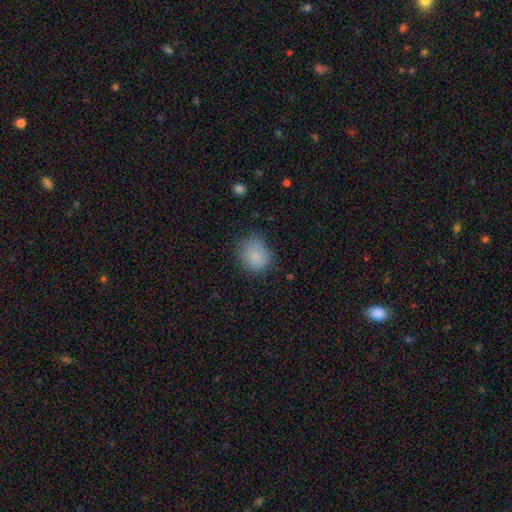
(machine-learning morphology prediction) Smooth or featured?
  - smooth: 84% *
  - star or artifact: 10%
  - featured or disk: 7%
How rounded?
  - round: 75% *
  - in between: 24%
  - cigar-shaped: 1%
Merging?
  - none: 66% *
  - minor disturbance: 25%
  - major disturbance: 7%
  - merger: 2%